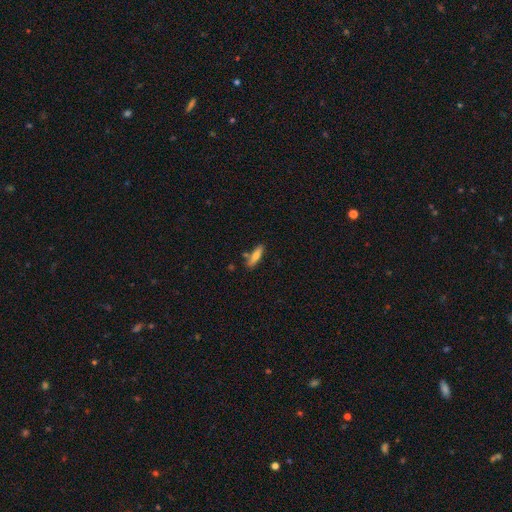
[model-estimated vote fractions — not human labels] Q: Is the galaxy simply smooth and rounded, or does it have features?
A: smooth — 68%.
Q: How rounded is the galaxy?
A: cigar-shaped — 70%.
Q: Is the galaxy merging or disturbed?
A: none — 77%.